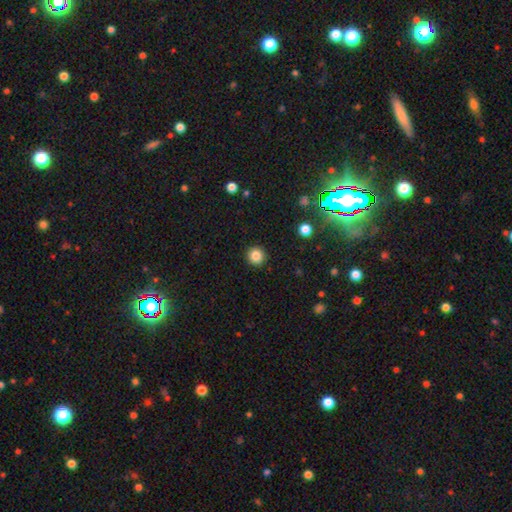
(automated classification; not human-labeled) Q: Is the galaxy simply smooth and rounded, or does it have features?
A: smooth — 84%.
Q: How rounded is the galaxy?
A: round — 95%.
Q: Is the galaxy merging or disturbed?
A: none — 93%.